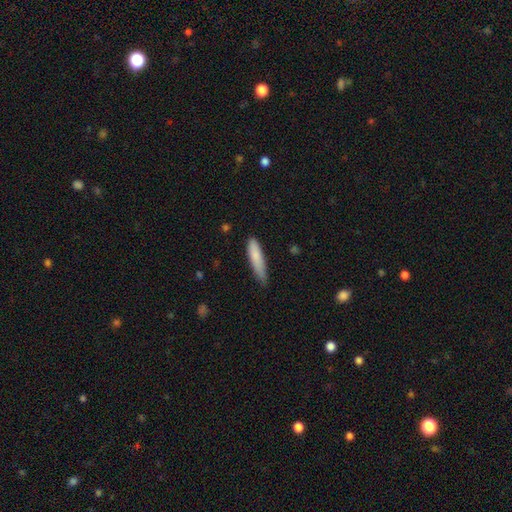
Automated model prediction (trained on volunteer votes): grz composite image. It shows a smooth galaxy with no disk features (82%) that is cigar-shaped (83%). Merging: none (63%).